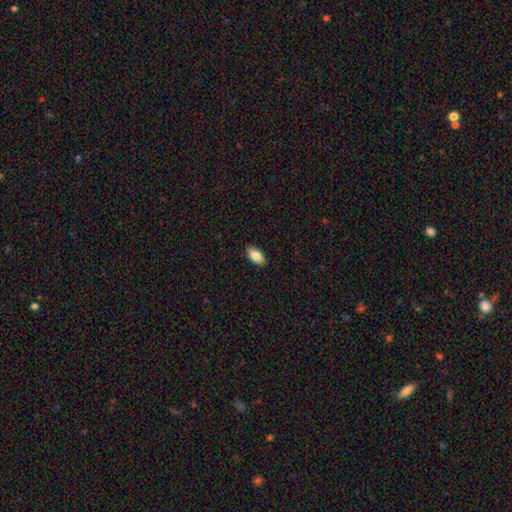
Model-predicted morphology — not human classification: Smooth or featured?
  - smooth: 84% *
  - featured or disk: 10%
  - star or artifact: 7%
How rounded?
  - in between: 93% *
  - cigar-shaped: 4%
  - round: 3%
Merging?
  - none: 90% *
  - minor disturbance: 7%
  - major disturbance: 2%
  - merger: 1%